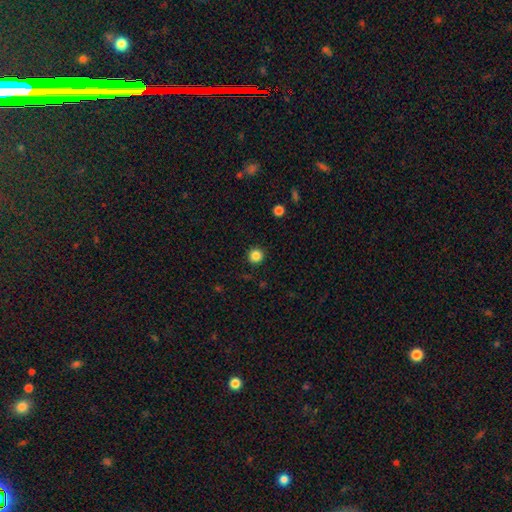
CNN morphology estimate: The model was most divided on "smooth or featured": smooth: 85%, star or artifact: 11%, featured or disk: 4%. More confident: how rounded — round (95%); merging — none (92%).